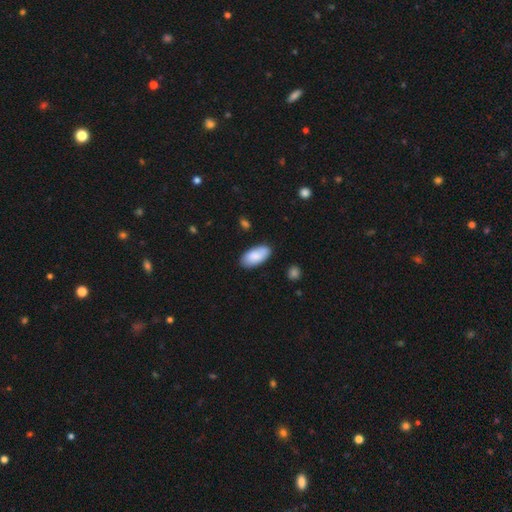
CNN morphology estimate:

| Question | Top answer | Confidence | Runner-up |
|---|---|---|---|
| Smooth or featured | smooth | 85% | featured or disk (9%) |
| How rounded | in between | 94% | cigar-shaped (4%) |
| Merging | none | 80% | minor disturbance (14%) |